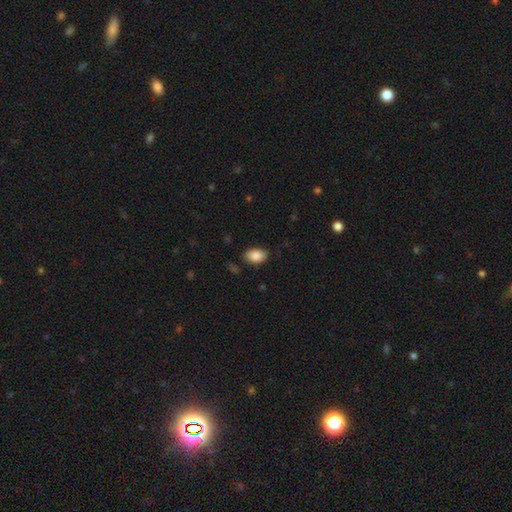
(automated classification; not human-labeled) smooth_or_featured: smooth (p=0.88) [alt: star or artifact p=0.08]
how_rounded: in between (p=0.88) [alt: round p=0.11]
merging: none (p=0.81) [alt: minor disturbance p=0.14]